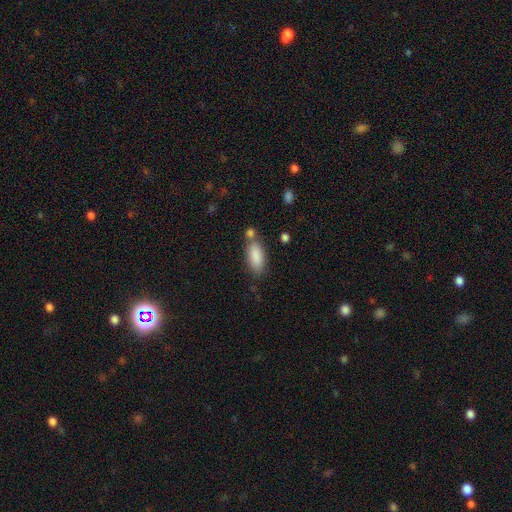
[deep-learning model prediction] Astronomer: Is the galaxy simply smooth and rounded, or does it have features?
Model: smooth — 87%.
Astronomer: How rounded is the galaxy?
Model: in between — 81%.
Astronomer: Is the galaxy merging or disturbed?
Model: none — 59%.